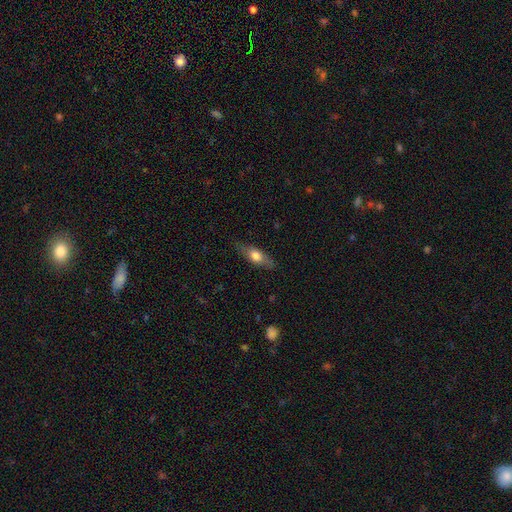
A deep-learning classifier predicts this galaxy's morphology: A smooth galaxy with no disk features (60%) that is in between round and cigar-shaped (58%).

Vote fractions:
- Smooth or featured? smooth: 60% / featured or disk: 33% / star or artifact: 6%
- How rounded? in between: 58% / cigar-shaped: 38% / round: 4%
- Merging? none: 80% / minor disturbance: 15% / major disturbance: 4% / merger: 1%